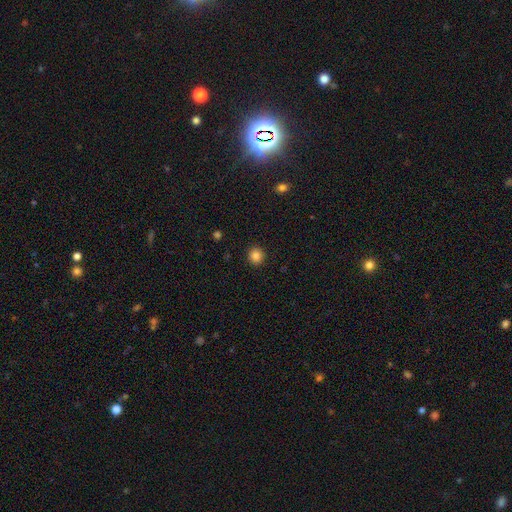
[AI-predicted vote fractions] A smooth galaxy with no disk features (85%) that is round (91%).

Vote fractions:
- Smooth or featured? smooth: 85% / star or artifact: 11% / featured or disk: 4%
- How rounded? round: 91% / in between: 8% / cigar-shaped: 1%
- Merging? none: 92% / minor disturbance: 5% / major disturbance: 2% / merger: 1%